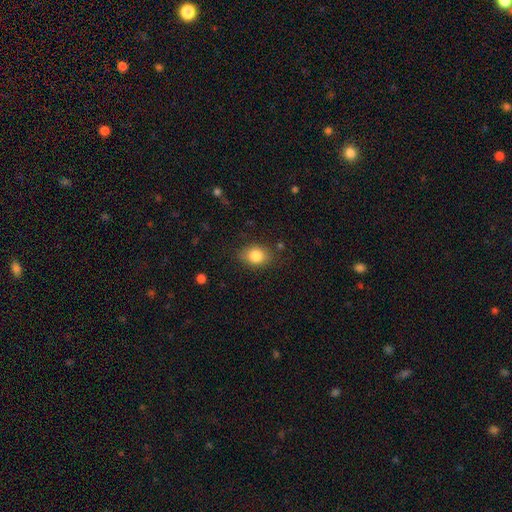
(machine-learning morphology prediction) The model was most divided on "how rounded": in between: 60%, round: 39%, cigar-shaped: 1%. More confident: smooth or featured — smooth (83%); merging — none (80%).